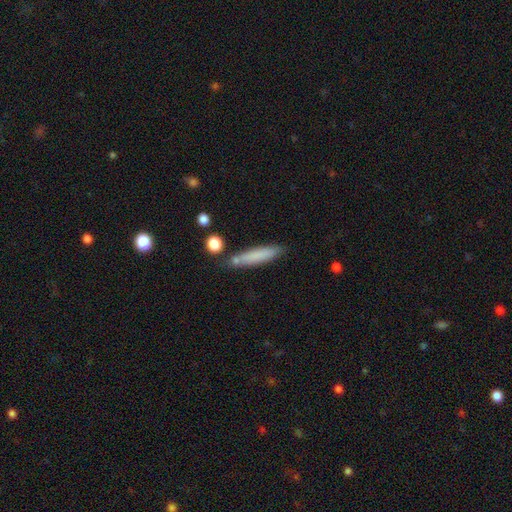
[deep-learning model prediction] Smooth or featured? smooth (76%)
How rounded? cigar-shaped (88%)
Merging? none (76%)